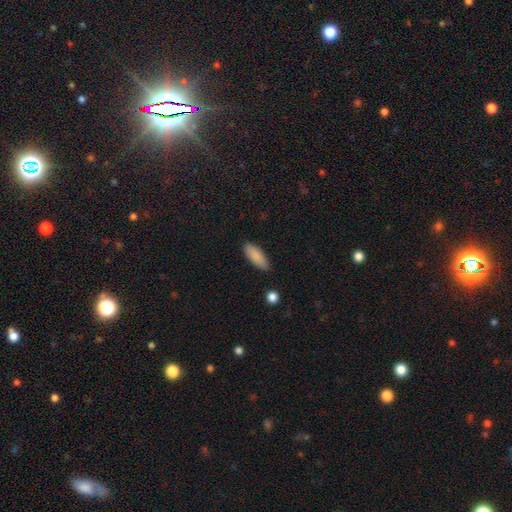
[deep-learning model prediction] Smooth or featured: smooth — 87% (featured or disk — 6%)
How rounded: in between — 72% (cigar-shaped — 26%)
Merging: none — 84% (minor disturbance — 12%)